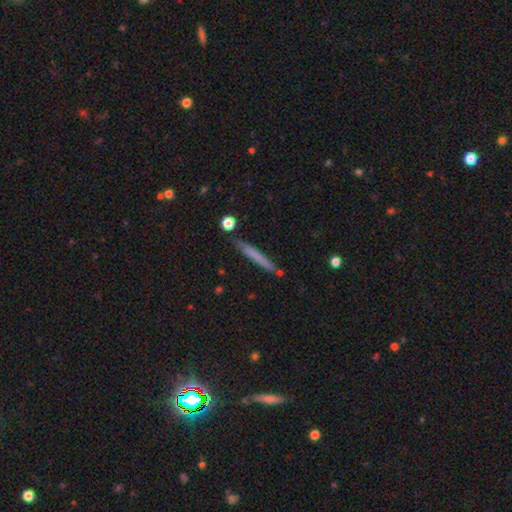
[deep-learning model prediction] The model was most divided on "smooth or featured": smooth: 65%, featured or disk: 29%, star or artifact: 6%. More confident: how rounded — cigar-shaped (96%); merging — none (86%).